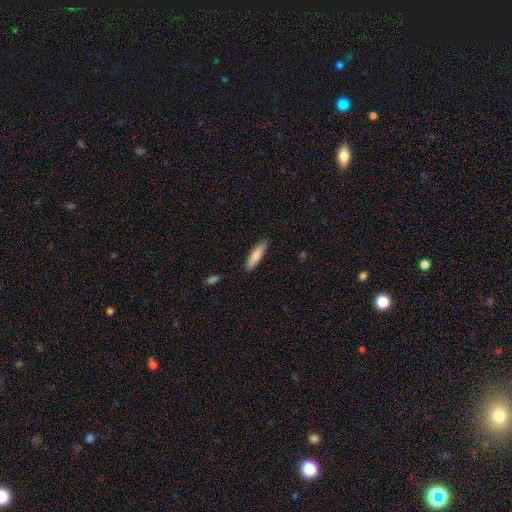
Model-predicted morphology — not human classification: smooth 84%, featured or disk 11%, star or artifact 6%. Down the decision tree: how rounded — cigar-shaped (72%); merging — none (88%).